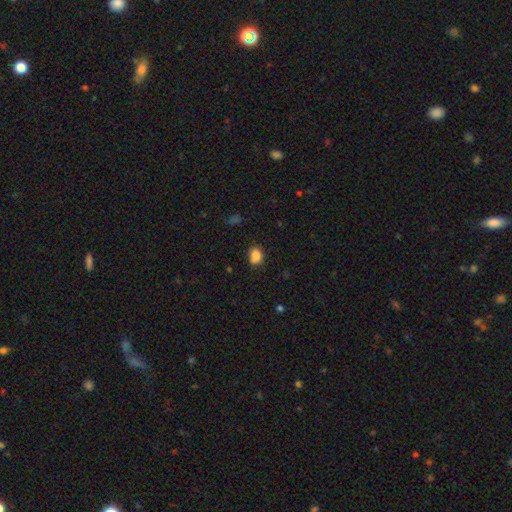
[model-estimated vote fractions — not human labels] Smooth or featured: smooth — 84% (star or artifact — 11%)
How rounded: round — 55% (in between — 44%)
Merging: none — 66% (minor disturbance — 23%)